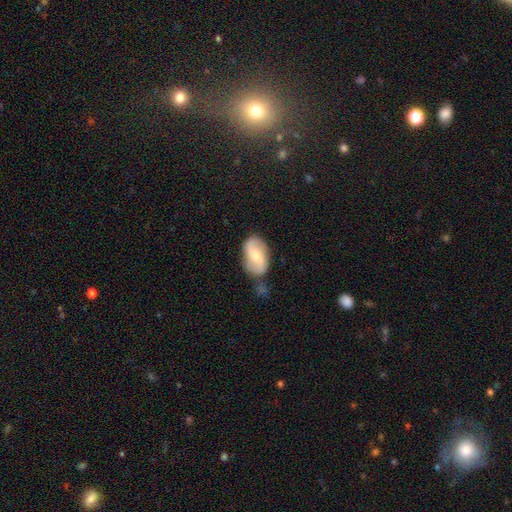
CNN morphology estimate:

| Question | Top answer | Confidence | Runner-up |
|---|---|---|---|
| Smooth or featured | featured or disk | 50% | smooth (44%) |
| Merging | none | 67% | minor disturbance (19%) |